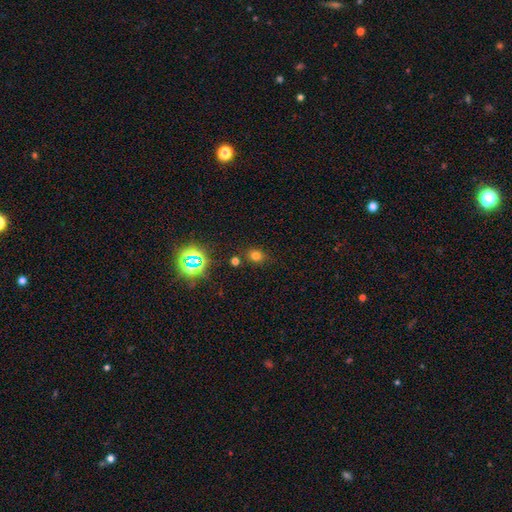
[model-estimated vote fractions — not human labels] smooth_or_featured: smooth (p=0.70) [alt: star or artifact p=0.23]
how_rounded: round (p=0.62) [alt: in between p=0.37]
merging: none (p=0.77) [alt: minor disturbance p=0.13]